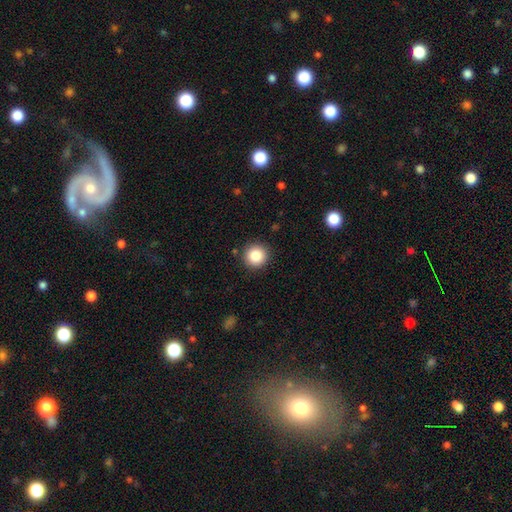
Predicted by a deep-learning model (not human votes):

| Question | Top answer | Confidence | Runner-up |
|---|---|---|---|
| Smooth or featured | smooth | 85% | star or artifact (10%) |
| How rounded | round | 95% | in between (4%) |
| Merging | none | 90% | minor disturbance (6%) |